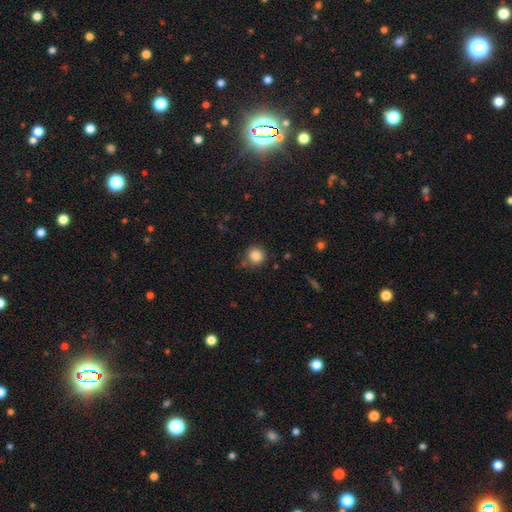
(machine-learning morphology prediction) The model was most divided on "merging": none: 81%, minor disturbance: 11%, merger: 4%, major disturbance: 3%. More confident: how rounded — round (93%); smooth or featured — smooth (85%).